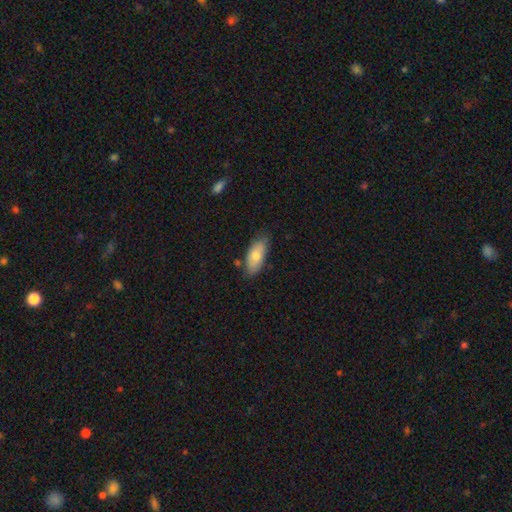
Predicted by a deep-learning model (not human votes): Q: Smooth or featured?
A: smooth (73%); runner-up: featured or disk (20%)
Q: How rounded?
A: in between (85%); runner-up: cigar-shaped (13%)
Q: Merging?
A: none (73%); runner-up: minor disturbance (20%)